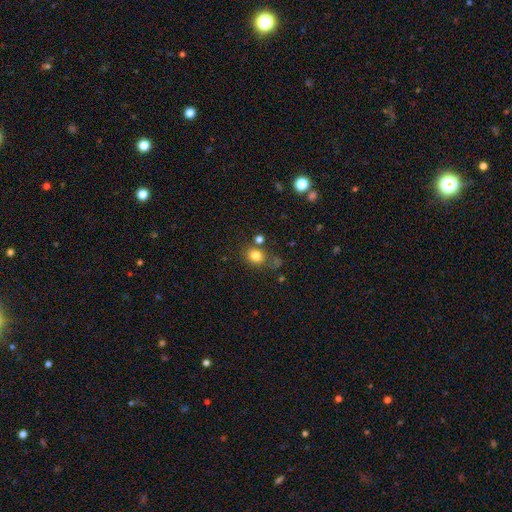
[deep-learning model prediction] Q: Smooth or featured?
A: smooth (81%); runner-up: star or artifact (12%)
Q: How rounded?
A: round (69%); runner-up: in between (30%)
Q: Merging?
A: none (69%); runner-up: minor disturbance (14%)